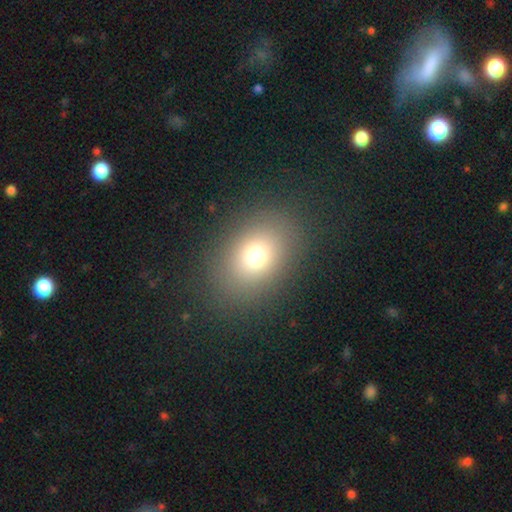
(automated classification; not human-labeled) A smooth galaxy with no disk features (73%) that is in between round and cigar-shaped (66%). Merging: none (85%).